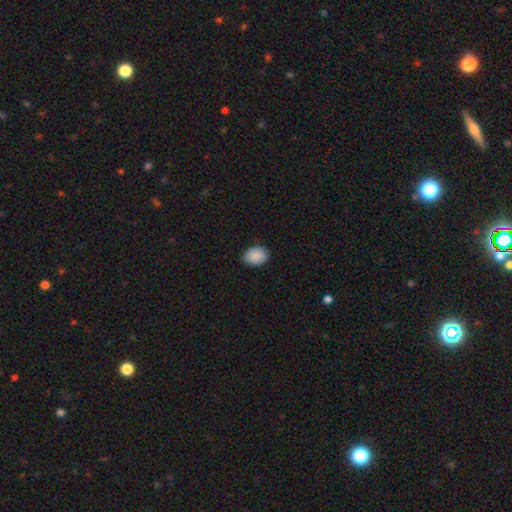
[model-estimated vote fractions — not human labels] Smooth or featured: smooth — 89% (star or artifact — 7%)
How rounded: in between — 75% (round — 24%)
Merging: none — 84% (minor disturbance — 12%)